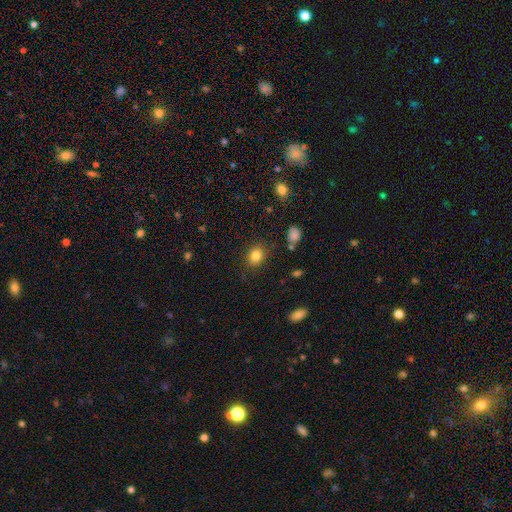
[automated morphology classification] smooth 83%, star or artifact 11%, featured or disk 6%. Down the decision tree: how rounded — round (58%); merging — none (84%).